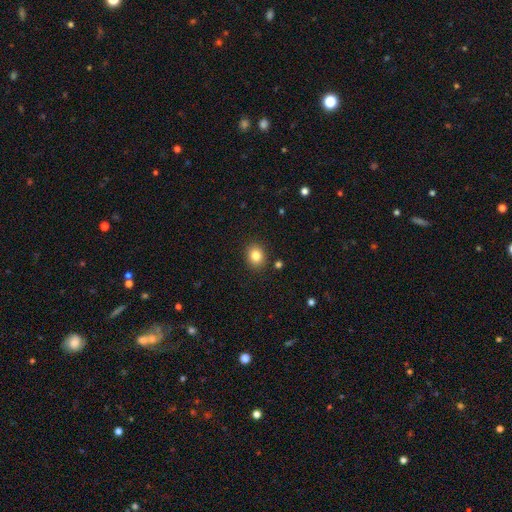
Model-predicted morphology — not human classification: smooth-or-featured: smooth: 83% | star or artifact: 11% | featured or disk: 7%
  how-rounded: round: 64% | in between: 36% | cigar-shaped: 1%
  merging: none: 88% | minor disturbance: 8% | merger: 2% | major disturbance: 2%